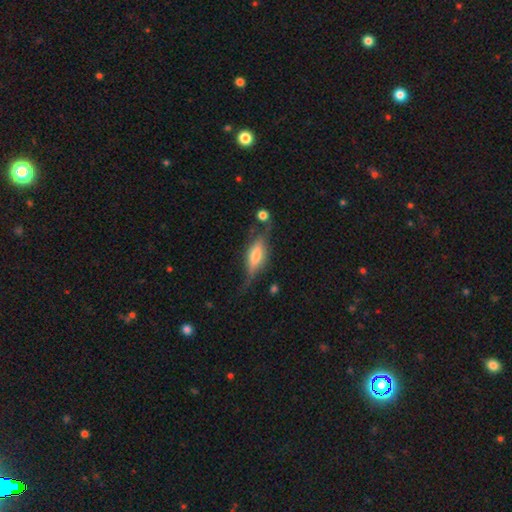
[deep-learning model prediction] The model was most divided on "smooth or featured": featured or disk: 59%, smooth: 34%, star or artifact: 7%. More confident: edge-on disk — yes (85%); merging — none (59%).